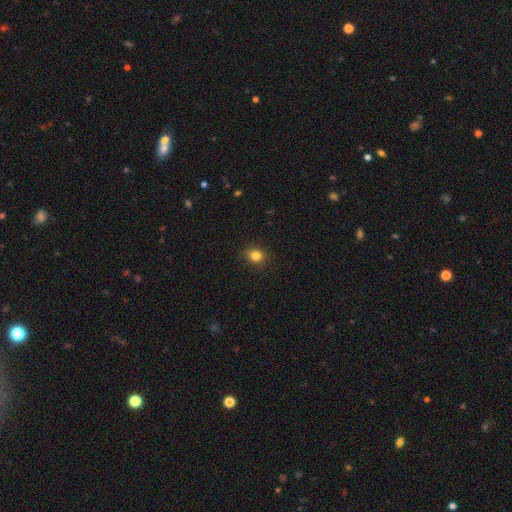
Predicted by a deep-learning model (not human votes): Smooth or featured? smooth (83%)
How rounded? round (63%)
Merging? none (86%)